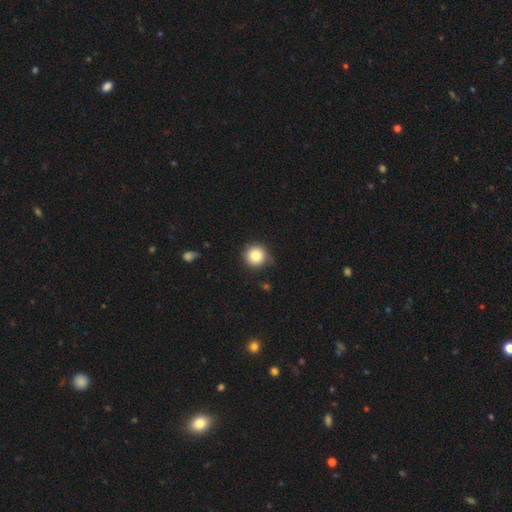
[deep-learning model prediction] Morphology: type=smooth (86%); roundness=round (94%); merging=none (80%).